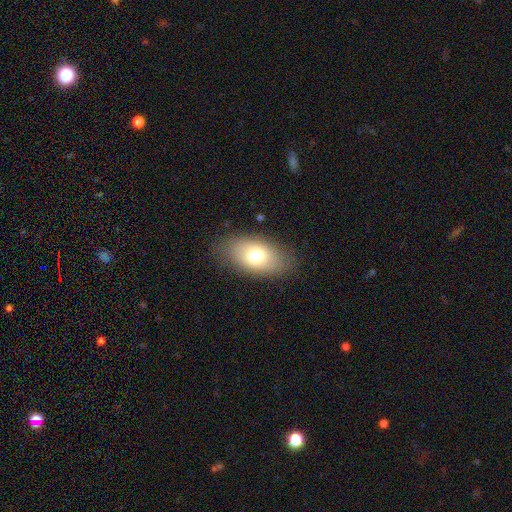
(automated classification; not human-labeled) smooth 74%, featured or disk 17%, star or artifact 9%. Down the decision tree: how rounded — in between (90%); merging — none (80%).